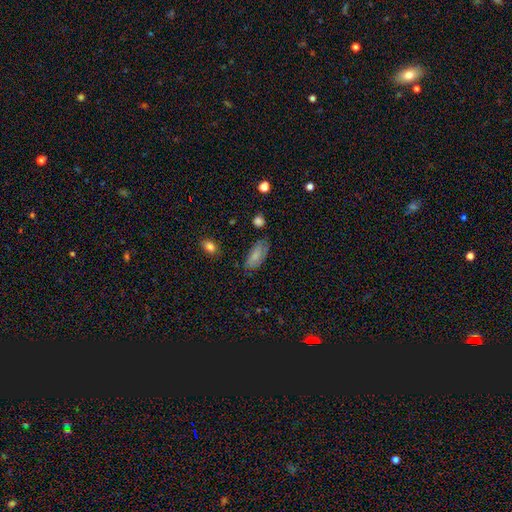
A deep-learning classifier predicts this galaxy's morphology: Overall: smooth (73%). How rounded: in between (86%). Merging: none (69%).